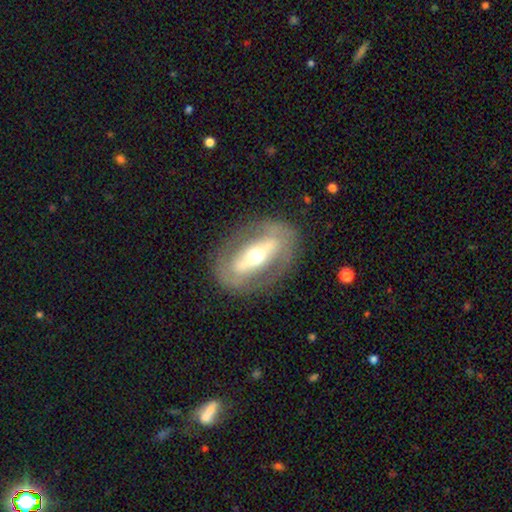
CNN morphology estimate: smooth_or_featured: featured or disk (p=0.74) [alt: smooth p=0.21]
disk_edge_on: no (p=0.76) [alt: yes p=0.24]
bar: strong (p=0.70) [alt: no p=0.15]
has_spiral_arms: no (p=0.67) [alt: yes p=0.33]
bulge_size: moderate (p=0.66) [alt: small p=0.18]
merging: none (p=0.80) [alt: minor disturbance p=0.11]